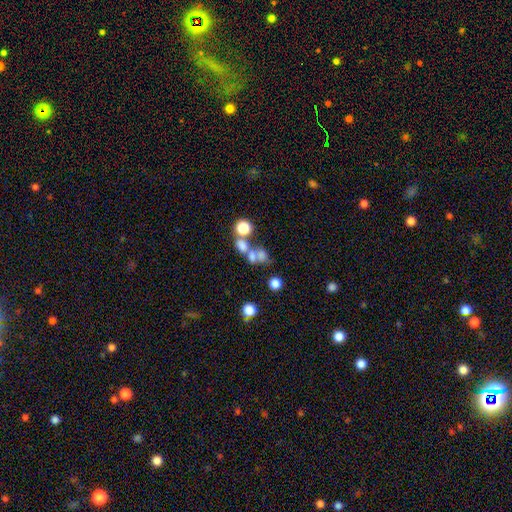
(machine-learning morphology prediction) Overall: smooth (61%; featured or disk 21%). How rounded: round (59%; in between 38%). Merging: merger (51%; none 30%).